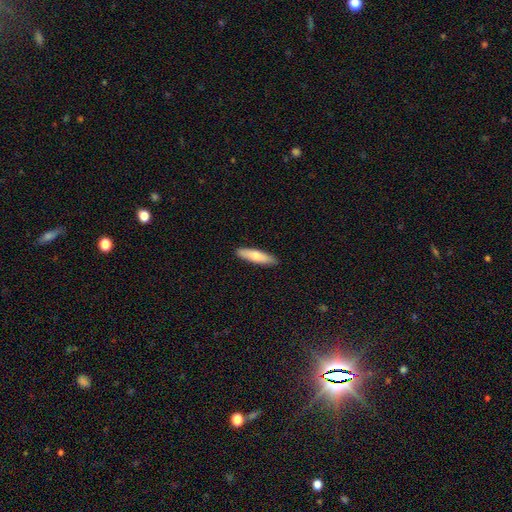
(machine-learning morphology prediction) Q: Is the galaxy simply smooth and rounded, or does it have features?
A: smooth — 72%.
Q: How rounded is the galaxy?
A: cigar-shaped — 73%.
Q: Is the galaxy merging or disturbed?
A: none — 90%.